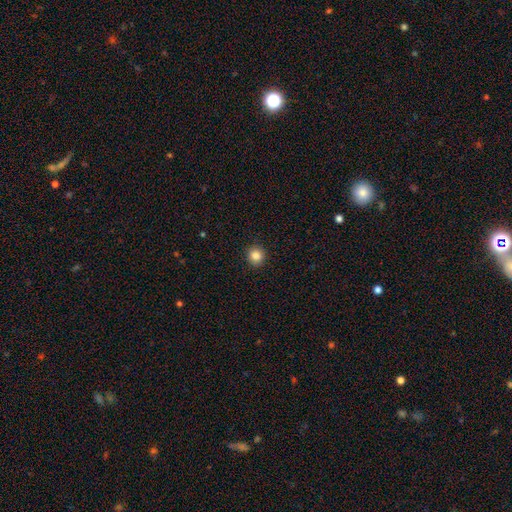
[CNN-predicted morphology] A smooth galaxy with no disk features (85%) that is round (88%). Merging: none (92%).